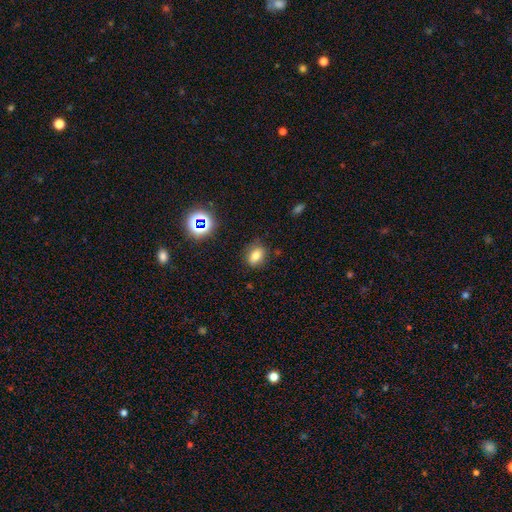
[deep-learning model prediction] Morphology: type=smooth (74%); roundness=in between (66%); merging=none (81%).